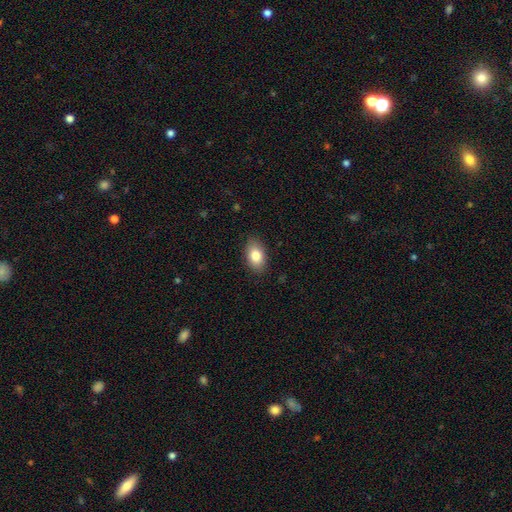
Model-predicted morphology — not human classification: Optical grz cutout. It shows a smooth galaxy with no disk features (82%) that is in between round and cigar-shaped (90%). Merging: none (87%).